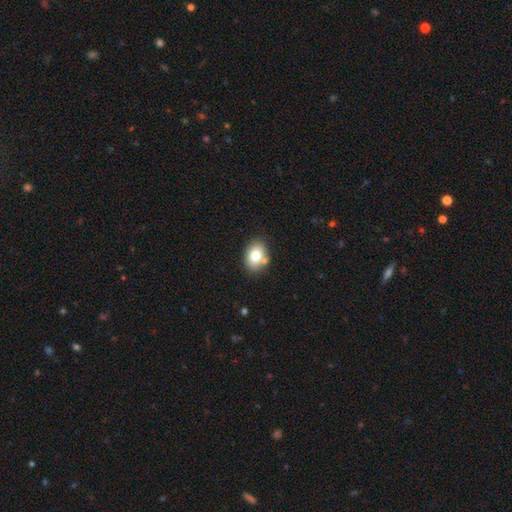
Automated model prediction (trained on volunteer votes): Overall: smooth (75%). How rounded: in between (71%). Merging: none (72%).